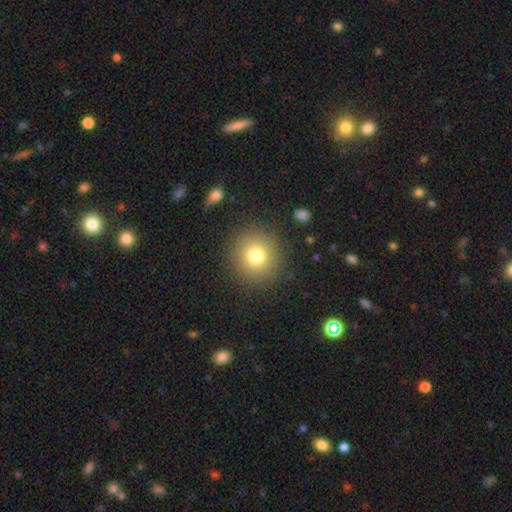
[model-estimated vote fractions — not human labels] smooth_or_featured: smooth (p=0.76) [alt: star or artifact p=0.13]
how_rounded: round (p=0.93) [alt: in between p=0.06]
merging: none (p=0.88) [alt: minor disturbance p=0.07]